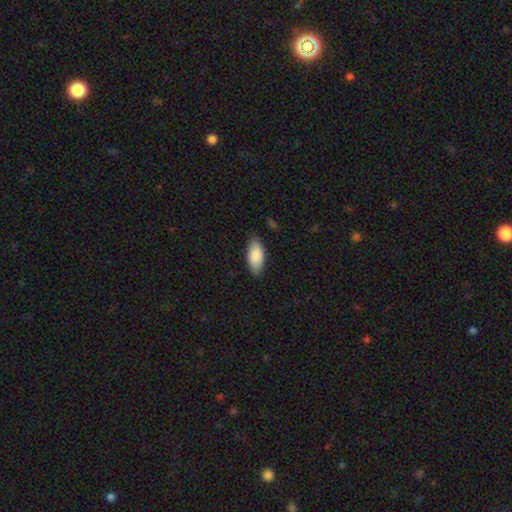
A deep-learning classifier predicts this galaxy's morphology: Smooth or featured?
  - smooth: 87% *
  - featured or disk: 7%
  - star or artifact: 6%
How rounded?
  - in between: 91% *
  - cigar-shaped: 7%
  - round: 2%
Merging?
  - none: 79% *
  - minor disturbance: 17%
  - major disturbance: 3%
  - merger: 1%